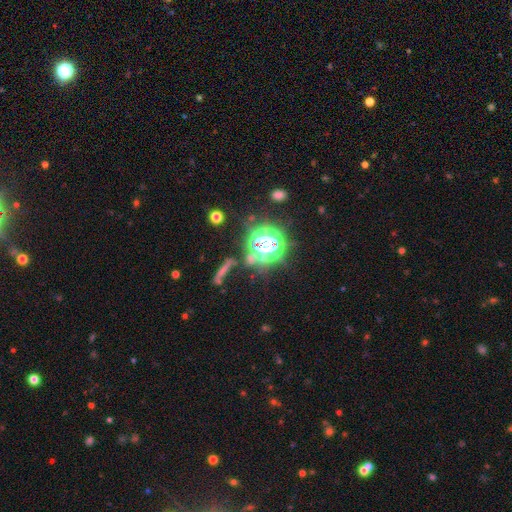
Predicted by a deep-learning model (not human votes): Smooth or featured: star or artifact — 77% (smooth — 14%)